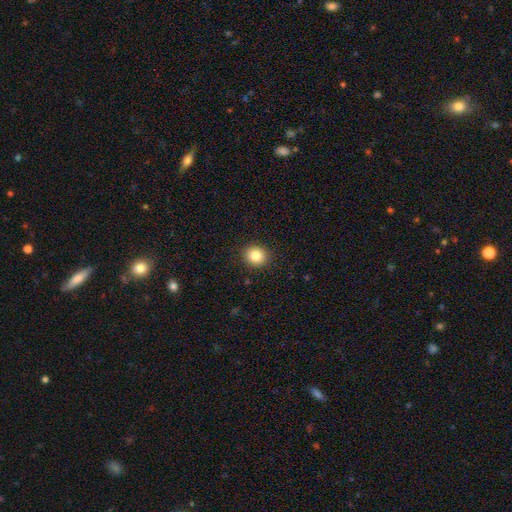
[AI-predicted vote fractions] smooth_or_featured: smooth (p=0.83) [alt: star or artifact p=0.10]
how_rounded: round (p=0.84) [alt: in between p=0.15]
merging: none (p=0.92) [alt: minor disturbance p=0.06]